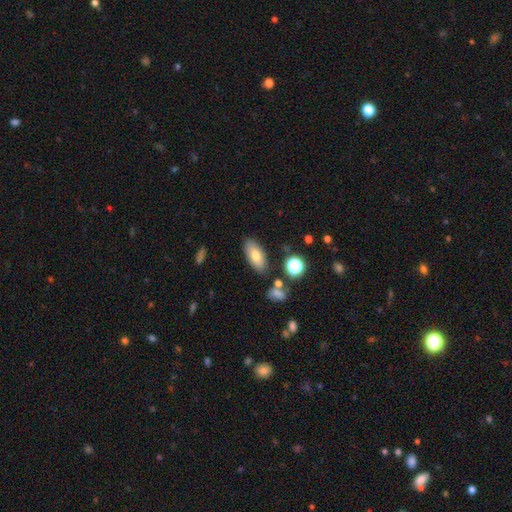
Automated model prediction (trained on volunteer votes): Smooth or featured? smooth (74%)
How rounded? in between (86%)
Merging? none (82%)